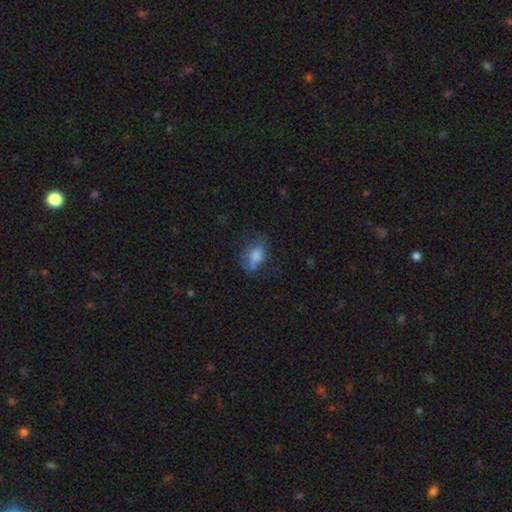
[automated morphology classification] The model was most divided on "merging": none: 52%, minor disturbance: 29%, major disturbance: 16%, merger: 4%. More confident: how rounded — in between (86%); smooth or featured — smooth (72%).